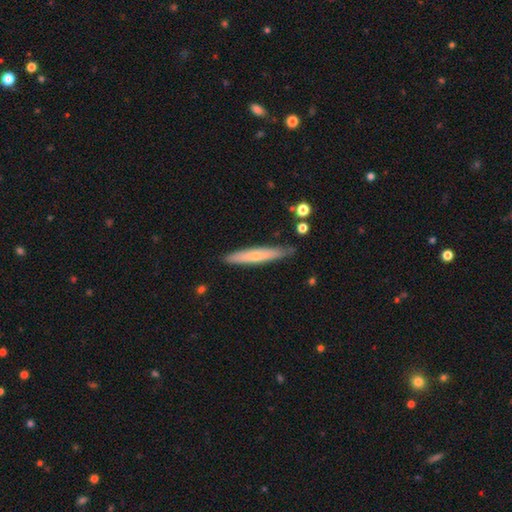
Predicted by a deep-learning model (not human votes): Smooth or featured: smooth — 55% (featured or disk — 39%)
How rounded: cigar-shaped — 91% (in between — 7%)
Merging: none — 84% (minor disturbance — 12%)